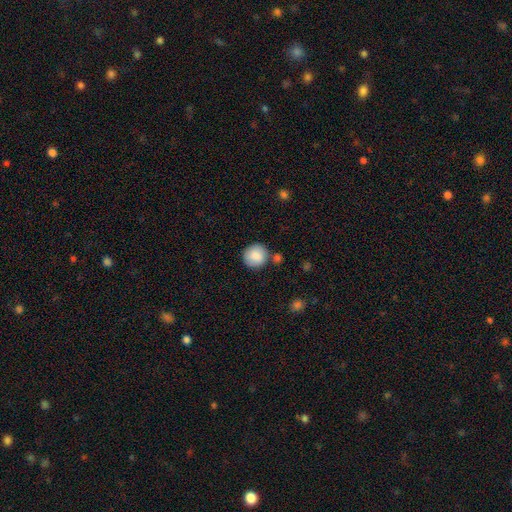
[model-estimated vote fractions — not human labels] Smooth or featured?
  - smooth: 87% *
  - star or artifact: 7%
  - featured or disk: 5%
How rounded?
  - round: 92% *
  - in between: 7%
  - cigar-shaped: 1%
Merging?
  - none: 79% *
  - minor disturbance: 10%
  - merger: 8%
  - major disturbance: 3%